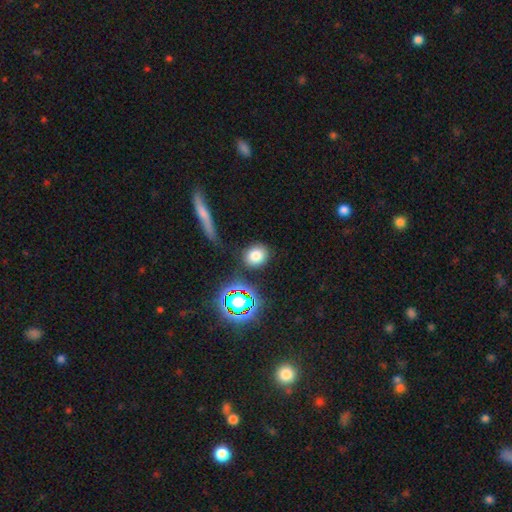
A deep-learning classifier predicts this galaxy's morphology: Overall: smooth (76%). How rounded: round (63%; in between 34%). Merging: none (83%).